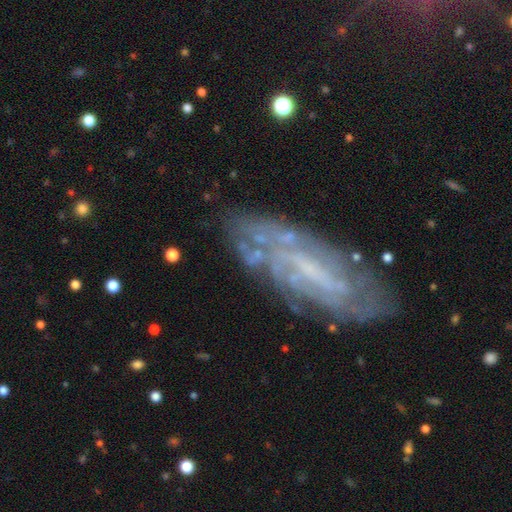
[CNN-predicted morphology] Smooth or featured? featured or disk (75%)
Edge-on disk? no (87%)
Bar? no (40%)
Spiral arms? yes (77%)
Spiral winding? tight (55%)
Spiral arm count? can't tell (61%)
Bulge size? none (49%)
Merging? none (69%)